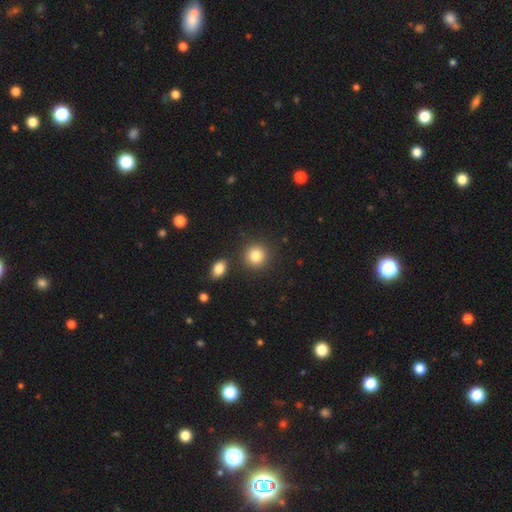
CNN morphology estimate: A smooth galaxy with no disk features (83%) that is round (90%). Merging: none (85%).